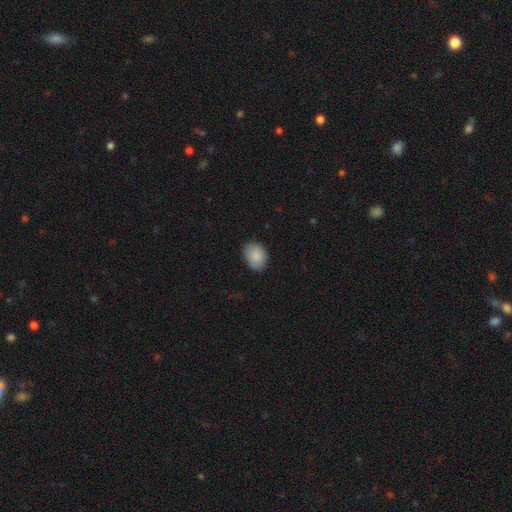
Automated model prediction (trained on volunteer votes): smooth_or_featured: smooth (p=0.88) [alt: star or artifact p=0.07]
how_rounded: in between (p=0.65) [alt: round p=0.34]
merging: none (p=0.83) [alt: minor disturbance p=0.13]